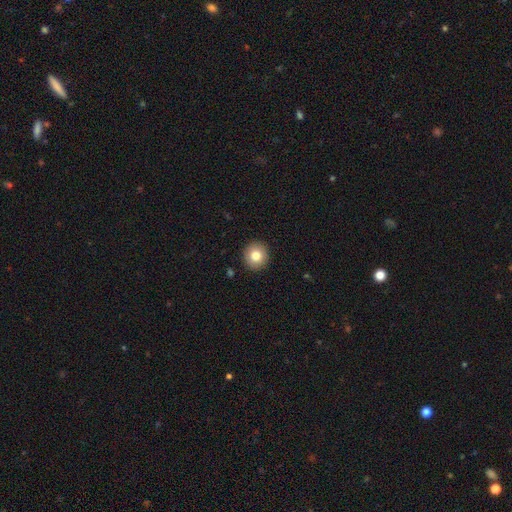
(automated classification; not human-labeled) Q: Smooth or featured?
A: smooth (80%); runner-up: featured or disk (10%)
Q: How rounded?
A: round (92%); runner-up: in between (7%)
Q: Merging?
A: none (92%); runner-up: minor disturbance (5%)